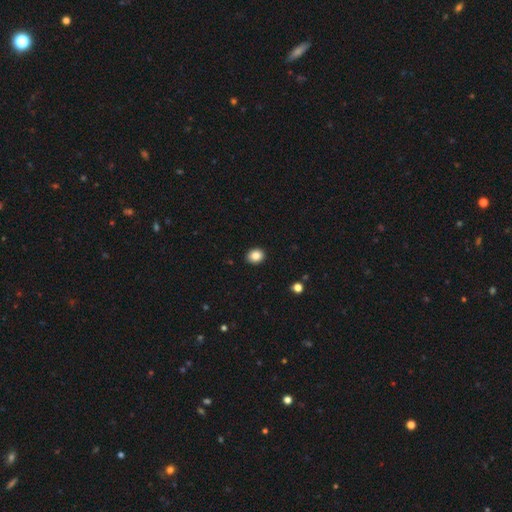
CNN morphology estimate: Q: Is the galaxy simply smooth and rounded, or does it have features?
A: smooth — 86%.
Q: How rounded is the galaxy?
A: round — 66%.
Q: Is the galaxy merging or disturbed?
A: none — 91%.